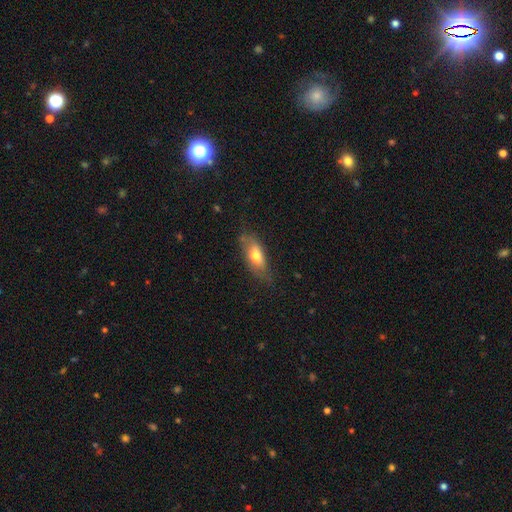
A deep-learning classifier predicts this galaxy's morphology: Smooth or featured? Predicted: smooth (p=0.66). How rounded? Predicted: in between (p=0.77). Merging? Predicted: none (p=0.66).